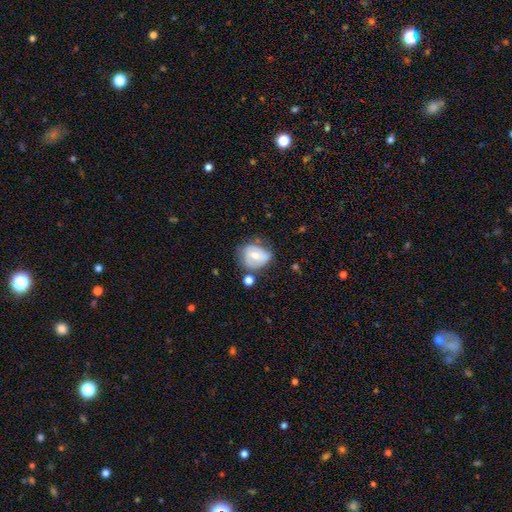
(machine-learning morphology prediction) type=featured or disk (47%); merging=none (49%).